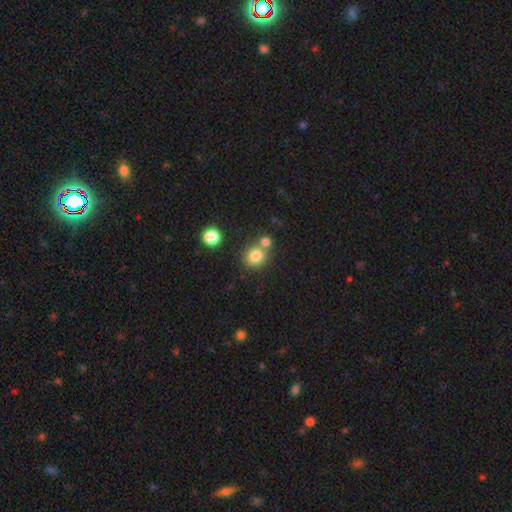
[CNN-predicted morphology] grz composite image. It shows a smooth galaxy with no disk features (80%) that is round (84%). Merging: none (59%).